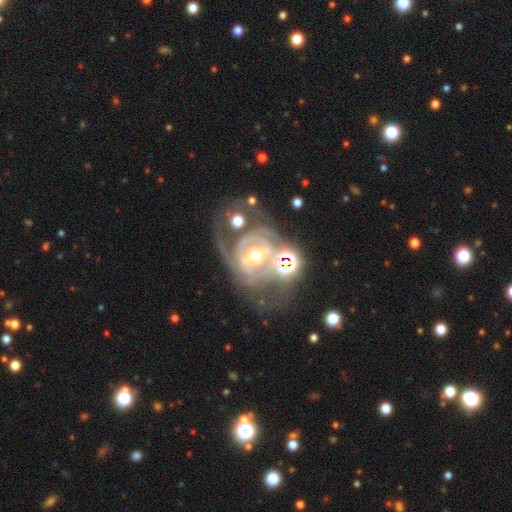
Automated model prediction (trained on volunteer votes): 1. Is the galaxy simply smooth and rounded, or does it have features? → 84% featured or disk, 9% star or artifact, 7% smooth.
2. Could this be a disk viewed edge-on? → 97% no, 3% yes.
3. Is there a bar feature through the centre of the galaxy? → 36% weak, 33% no, 31% strong.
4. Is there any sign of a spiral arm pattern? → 84% yes, 16% no.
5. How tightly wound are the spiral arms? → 48% tight, 37% medium, 15% loose.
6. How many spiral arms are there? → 39% 2, 31% can't tell, 14% 3, 7% 1, 5% 4, 4% more than 4.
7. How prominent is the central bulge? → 48% moderate, 46% small, 3% large, 1% none, 1% dominant.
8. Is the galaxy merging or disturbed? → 38% none, 30% major disturbance, 17% minor disturbance, 15% merger.